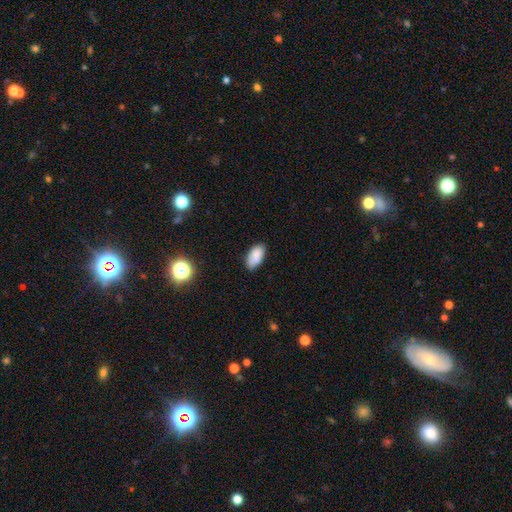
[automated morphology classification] Smooth or featured?
  - smooth: 84% *
  - star or artifact: 9%
  - featured or disk: 7%
How rounded?
  - in between: 93% *
  - cigar-shaped: 3%
  - round: 3%
Merging?
  - none: 74% *
  - minor disturbance: 20%
  - major disturbance: 4%
  - merger: 2%